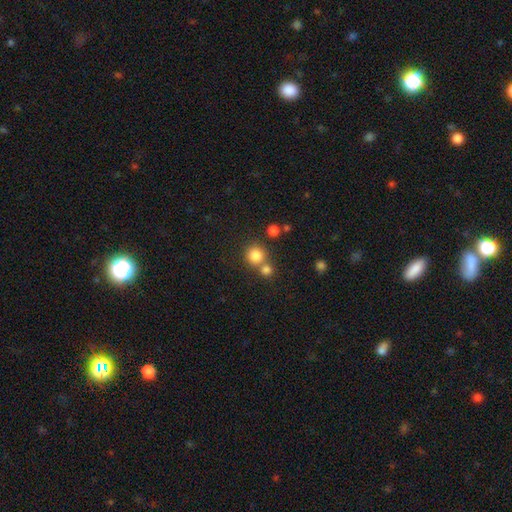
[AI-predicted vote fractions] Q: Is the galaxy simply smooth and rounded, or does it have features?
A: smooth — 81%.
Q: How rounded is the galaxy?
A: round — 91%.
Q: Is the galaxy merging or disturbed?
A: none — 59%.